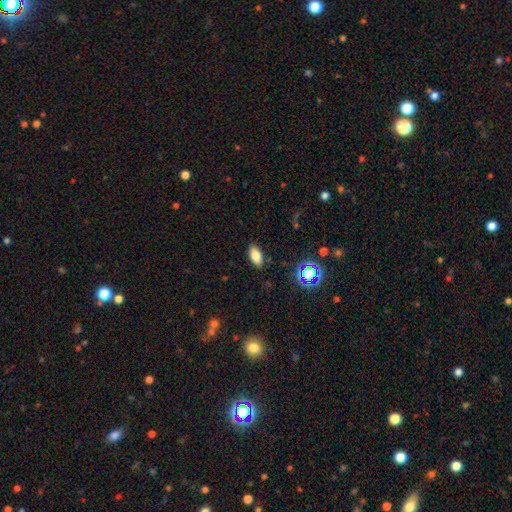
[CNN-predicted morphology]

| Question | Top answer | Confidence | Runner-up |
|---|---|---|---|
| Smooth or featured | smooth | 79% | star or artifact (12%) |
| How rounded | in between | 90% | cigar-shaped (6%) |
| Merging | none | 86% | minor disturbance (10%) |